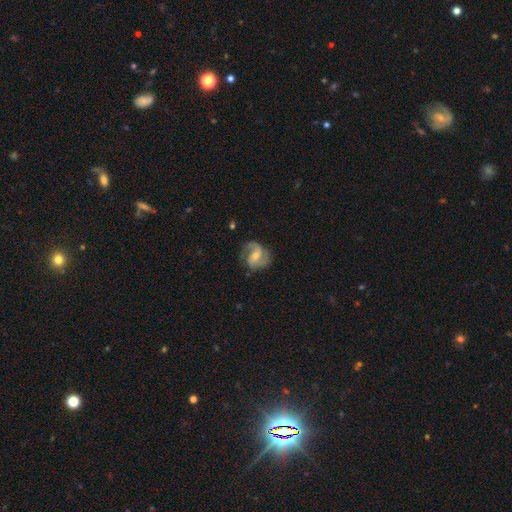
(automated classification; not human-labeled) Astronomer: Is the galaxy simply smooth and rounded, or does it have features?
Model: featured or disk — 84%.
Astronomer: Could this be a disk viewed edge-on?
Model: no — 98%.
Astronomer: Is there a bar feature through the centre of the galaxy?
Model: weak — 45% (runner-up: no, 35%).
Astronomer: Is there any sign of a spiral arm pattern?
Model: yes — 96%.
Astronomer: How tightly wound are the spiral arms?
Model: medium — 54%.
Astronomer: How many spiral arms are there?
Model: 2 — 83%.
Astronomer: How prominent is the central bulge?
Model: small — 49% (runner-up: moderate, 46%).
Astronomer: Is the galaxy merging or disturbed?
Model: none — 72%.